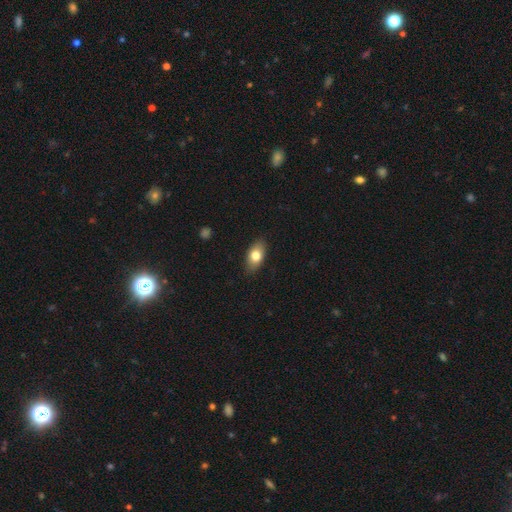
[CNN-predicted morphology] Smooth or featured? Predicted: smooth (p=0.77). How rounded? Predicted: in between (p=0.89). Merging? Predicted: none (p=0.86).